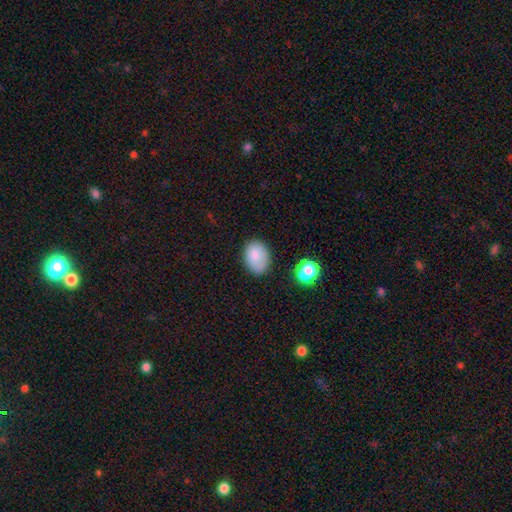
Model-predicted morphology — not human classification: Smooth or featured?
  - smooth: 82% *
  - star or artifact: 9%
  - featured or disk: 9%
How rounded?
  - in between: 75% *
  - round: 24%
  - cigar-shaped: 1%
Merging?
  - none: 72% *
  - minor disturbance: 20%
  - major disturbance: 5%
  - merger: 3%